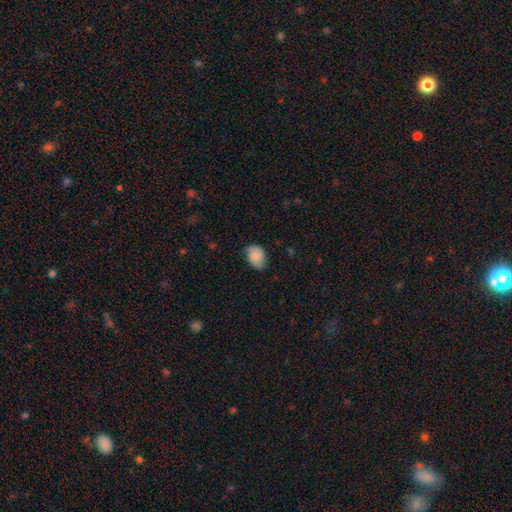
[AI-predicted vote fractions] Q: Smooth or featured?
A: smooth (79%); runner-up: featured or disk (13%)
Q: How rounded?
A: in between (70%); runner-up: round (29%)
Q: Merging?
A: none (66%); runner-up: minor disturbance (27%)